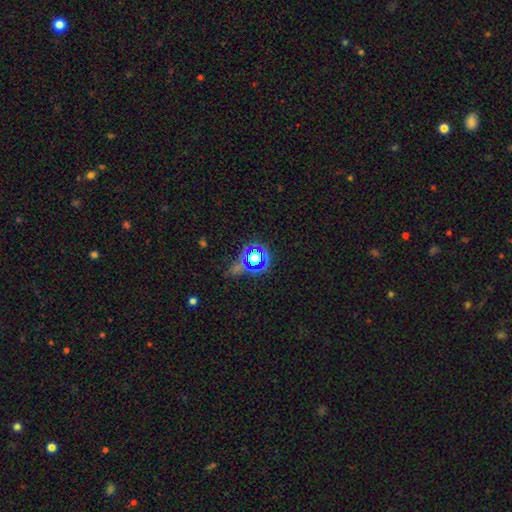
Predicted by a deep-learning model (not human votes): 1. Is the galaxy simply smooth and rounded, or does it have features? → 62% star or artifact, 27% smooth, 10% featured or disk.